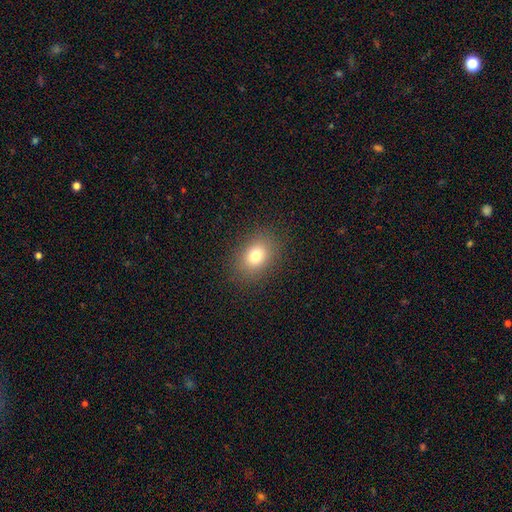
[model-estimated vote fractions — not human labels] Overall: smooth (78%). How rounded: in between (59%; round 40%). Merging: none (87%).